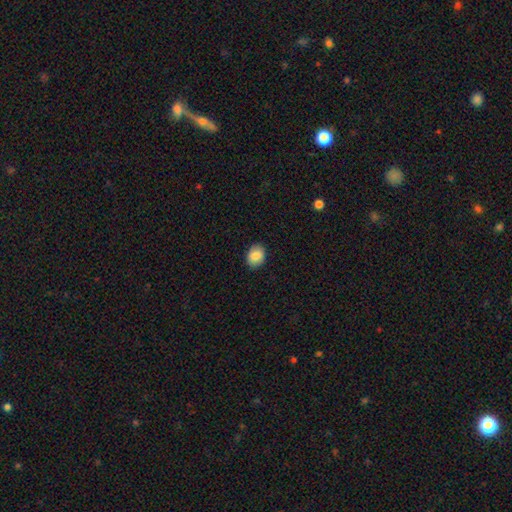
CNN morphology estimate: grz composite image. It shows a smooth galaxy with no disk features (86%) that is in between round and cigar-shaped (60%). Merging: none (89%).